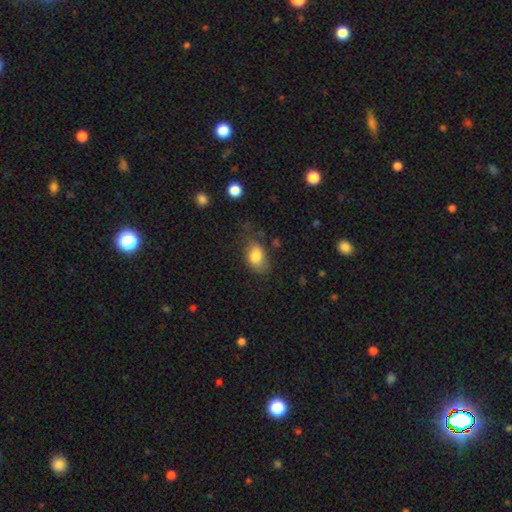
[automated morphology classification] A smooth galaxy with no disk features (81%) that is in between round and cigar-shaped (86%). Merging: none (58%).